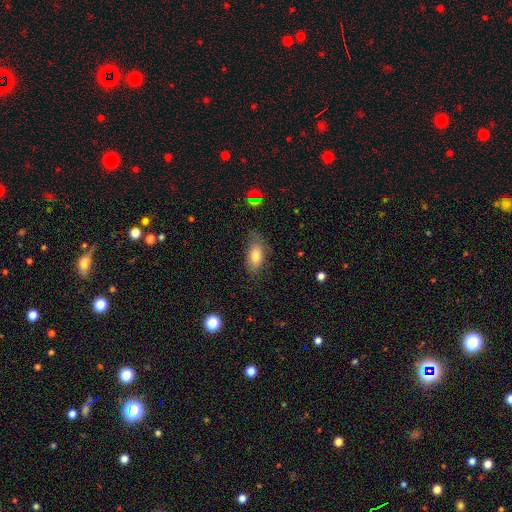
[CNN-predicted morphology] type=smooth (74%); roundness=in between (88%); merging=none (63%).